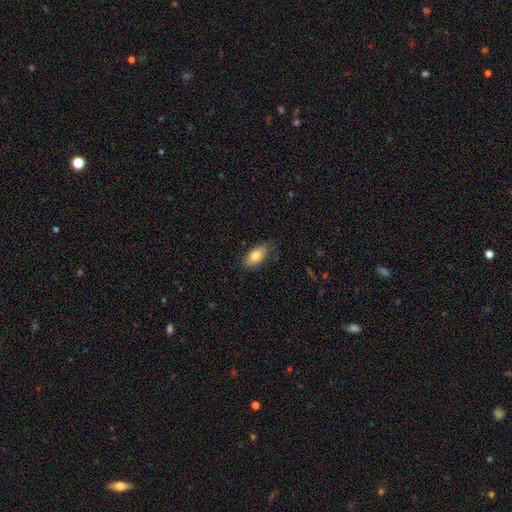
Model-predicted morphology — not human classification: A smooth galaxy with no disk features (79%) that is in between round and cigar-shaped (88%). Merging: none (77%).